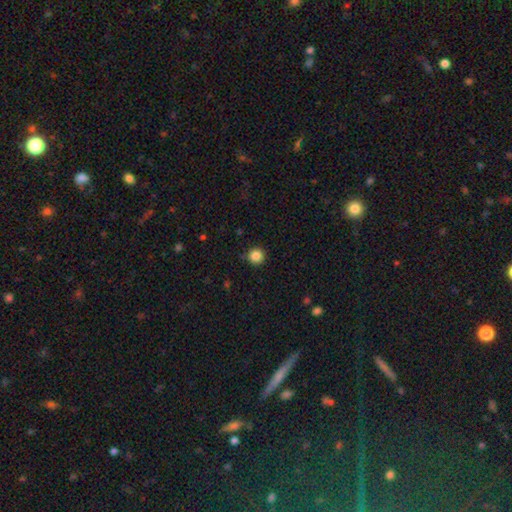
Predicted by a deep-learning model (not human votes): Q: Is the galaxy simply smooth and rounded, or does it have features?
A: smooth — 85%.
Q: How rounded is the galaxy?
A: round — 94%.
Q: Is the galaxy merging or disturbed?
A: none — 87%.